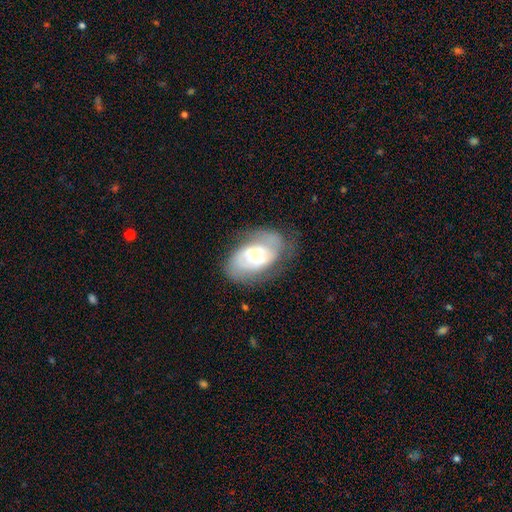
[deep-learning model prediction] A featured or disk galaxy (67%) with no bar (63%), 2 (42%) tight (55%) spiral arms (79%) and a small central bulge (57%). Merging: none (61%).